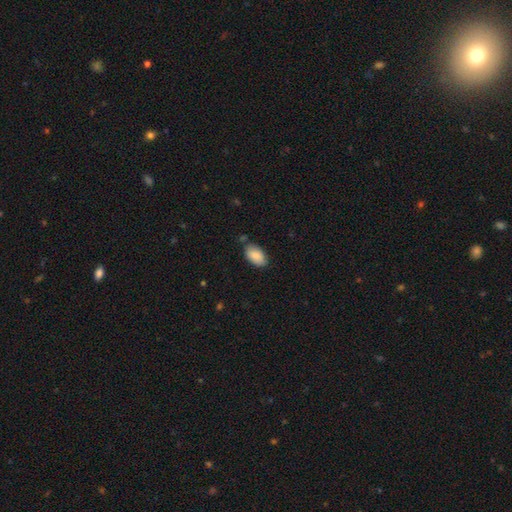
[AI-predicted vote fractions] A smooth galaxy with no disk features (87%) that is in between round and cigar-shaped (95%). Merging: none (77%).